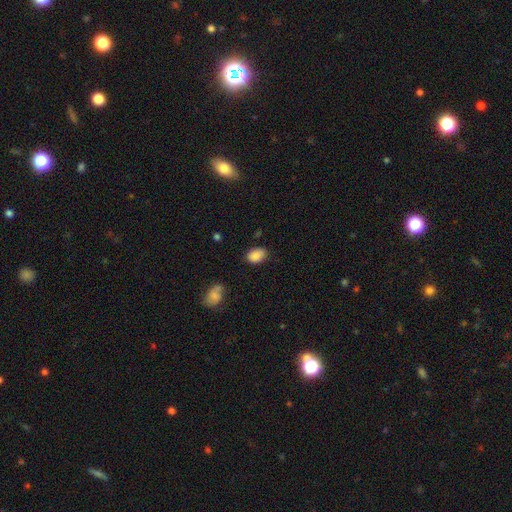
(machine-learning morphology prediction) smooth 87%, star or artifact 9%, featured or disk 5%. Down the decision tree: how rounded — in between (80%); merging — none (79%).